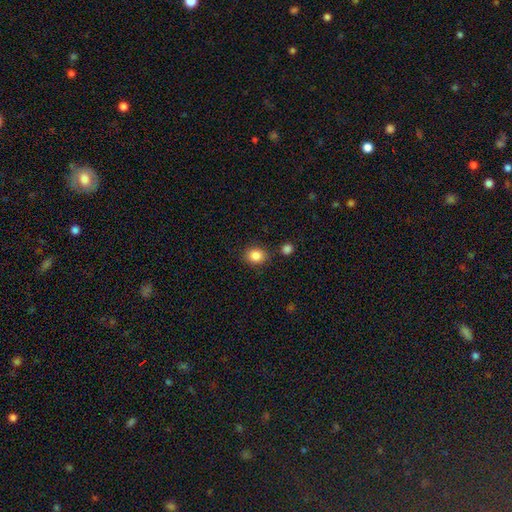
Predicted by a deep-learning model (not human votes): smooth 86%, star or artifact 9%, featured or disk 4%. Down the decision tree: how rounded — round (59%); merging — none (82%).